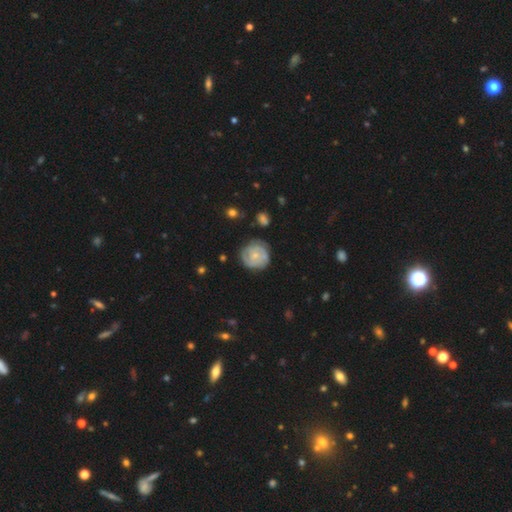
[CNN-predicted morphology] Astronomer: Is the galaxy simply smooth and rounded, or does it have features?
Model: featured or disk — 65%.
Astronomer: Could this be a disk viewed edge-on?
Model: no — 98%.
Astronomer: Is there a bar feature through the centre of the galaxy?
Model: no — 77%.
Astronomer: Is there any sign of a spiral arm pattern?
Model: yes — 83%.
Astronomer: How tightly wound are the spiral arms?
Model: tight — 68%.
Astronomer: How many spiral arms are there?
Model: can't tell — 38% (runner-up: 2, 30%).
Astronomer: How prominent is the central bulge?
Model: small — 64%.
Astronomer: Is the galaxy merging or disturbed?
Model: none — 70%.